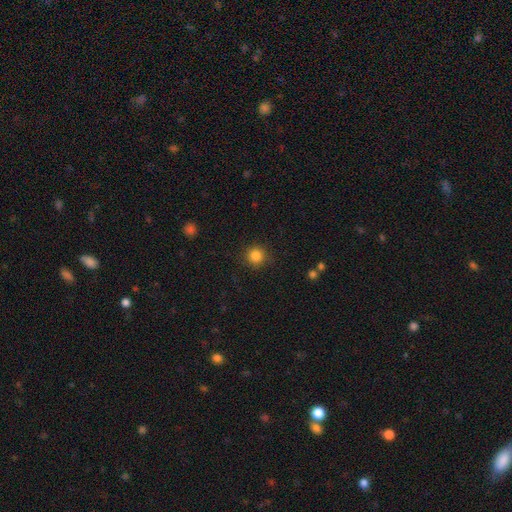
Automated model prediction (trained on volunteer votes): The model was most divided on "smooth or featured": smooth: 85%, star or artifact: 11%, featured or disk: 4%. More confident: how rounded — round (95%); merging — none (90%).